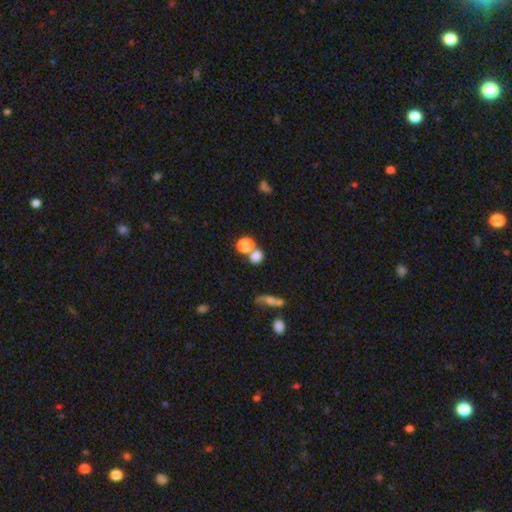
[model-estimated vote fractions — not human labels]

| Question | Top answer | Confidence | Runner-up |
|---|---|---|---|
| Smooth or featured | smooth | 76% | star or artifact (15%) |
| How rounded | round | 75% | in between (23%) |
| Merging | none | 49% | merger (37%) |